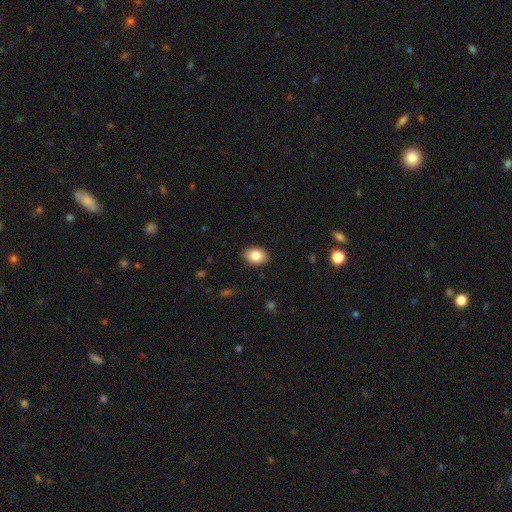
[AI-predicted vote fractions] A smooth galaxy with no disk features (85%) that is in between round and cigar-shaped (84%).

Vote fractions:
- Smooth or featured? smooth: 85% / star or artifact: 7% / featured or disk: 7%
- How rounded? in between: 84% / round: 15% / cigar-shaped: 1%
- Merging? none: 89% / minor disturbance: 8% / major disturbance: 2% / merger: 1%